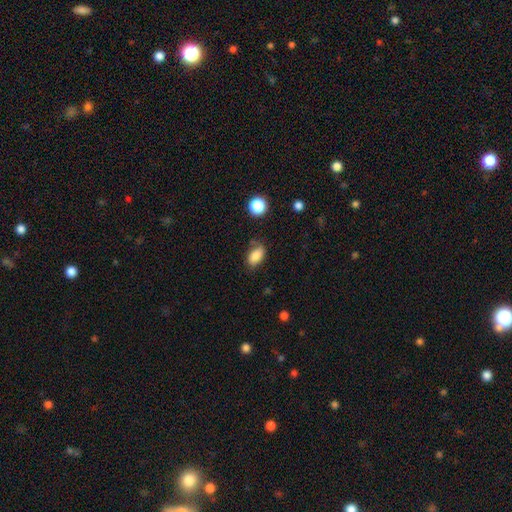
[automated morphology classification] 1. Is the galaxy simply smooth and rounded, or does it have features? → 85% smooth, 9% star or artifact, 6% featured or disk.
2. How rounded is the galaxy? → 89% in between, 8% round, 3% cigar-shaped.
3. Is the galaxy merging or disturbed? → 67% none, 23% minor disturbance, 6% major disturbance, 4% merger.